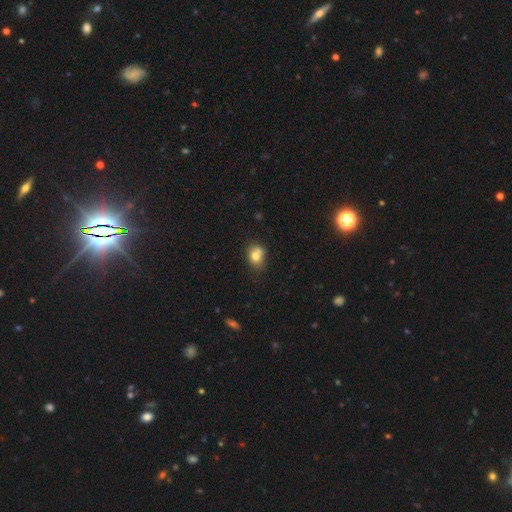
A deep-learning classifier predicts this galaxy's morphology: This is likely a smooth galaxy (76%). How rounded: possibly round (53%). Merging: possibly none (47%).